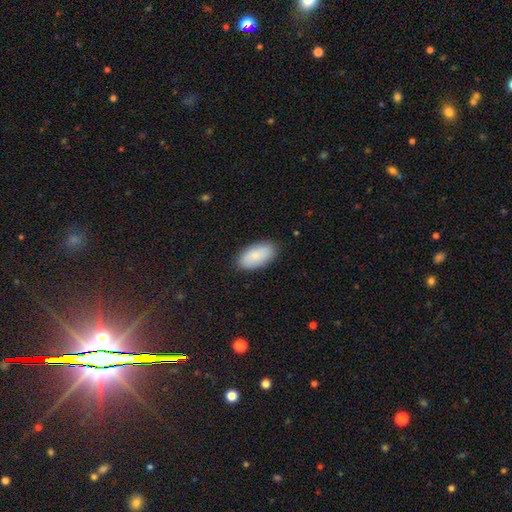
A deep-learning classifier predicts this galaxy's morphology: smooth_or_featured: smooth (p=0.86) [alt: featured or disk p=0.08]
how_rounded: in between (p=0.94) [alt: cigar-shaped p=0.03]
merging: none (p=0.87) [alt: minor disturbance p=0.10]